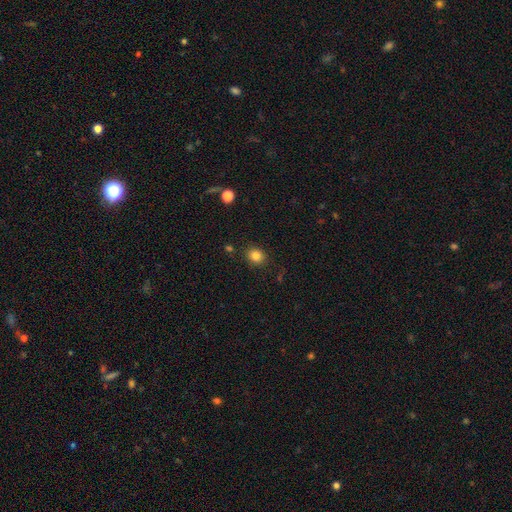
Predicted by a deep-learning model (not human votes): This appears to be a smooth galaxy with no disk features (84%) that is round (73%). Merging: none (86%).